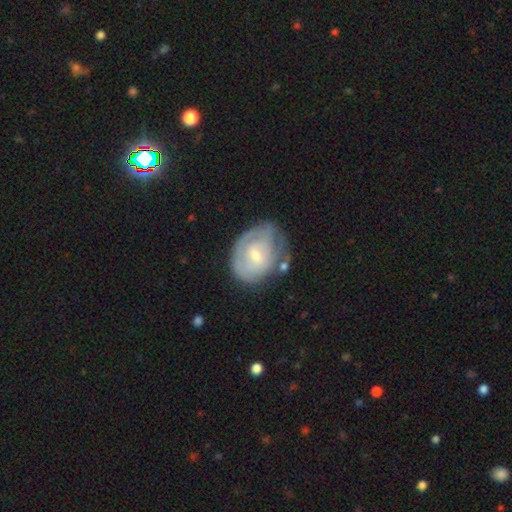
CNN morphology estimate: featured or disk 62%, smooth 32%, star or artifact 6%. Down the decision tree: edge-on disk — no (96%); bar — no (47%); spiral arms — yes (72%); bulge size — small (51%); merging — none (51%).